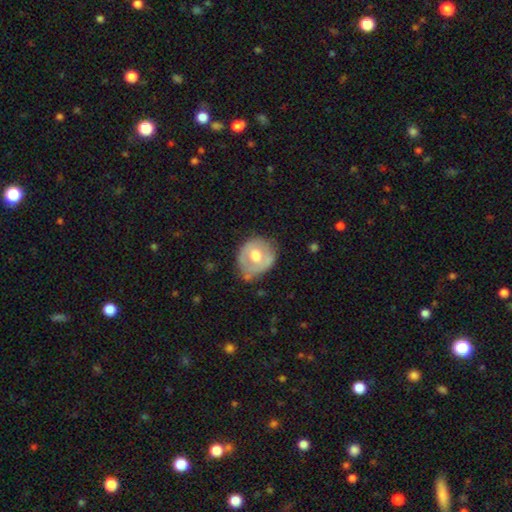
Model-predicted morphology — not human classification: Smooth or featured?
  - smooth: 49% *
  - featured or disk: 45%
  - star or artifact: 6%
Merging?
  - none: 58% *
  - minor disturbance: 29%
  - major disturbance: 9%
  - merger: 3%